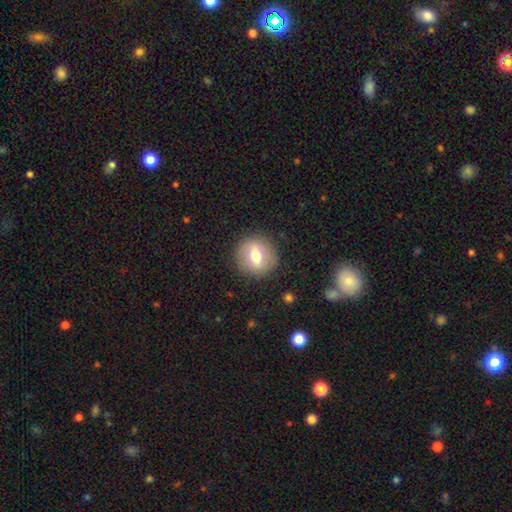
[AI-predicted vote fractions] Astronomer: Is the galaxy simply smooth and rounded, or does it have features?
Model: smooth — 60%.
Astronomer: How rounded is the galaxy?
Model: round — 85%.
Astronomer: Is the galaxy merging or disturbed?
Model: none — 88%.